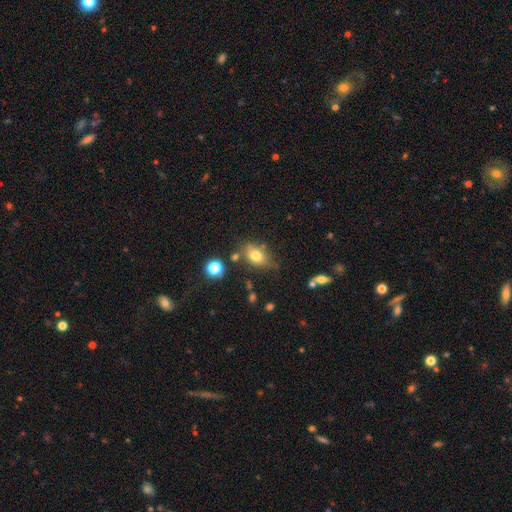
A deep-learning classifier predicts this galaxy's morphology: A smooth galaxy with no disk features (75%) that is in between round and cigar-shaped (83%).

Vote fractions:
- Smooth or featured? smooth: 75% / featured or disk: 14% / star or artifact: 11%
- How rounded? in between: 83% / round: 14% / cigar-shaped: 3%
- Merging? none: 65% / minor disturbance: 21% / merger: 8% / major disturbance: 6%